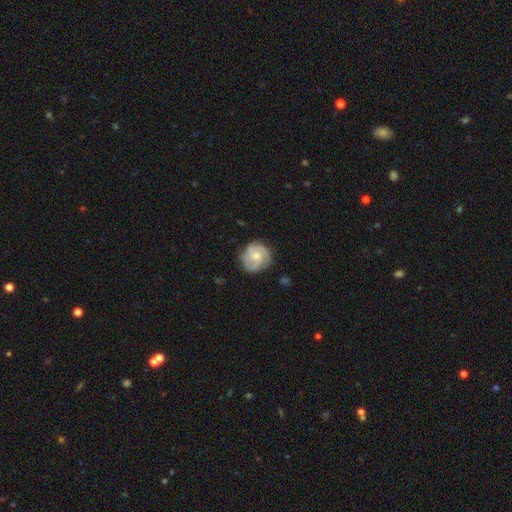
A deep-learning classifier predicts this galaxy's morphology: Overall: featured or disk (60%; smooth 33%). Edge-on disk: no (98%). Bar: no (72%). Spiral arms: yes (86%). Spiral arm count: 3 (36%; can't tell 27%). Spiral winding: tight (51%; medium 37%). Bulge size: moderate (52%; small 38%). Merging: none (73%).